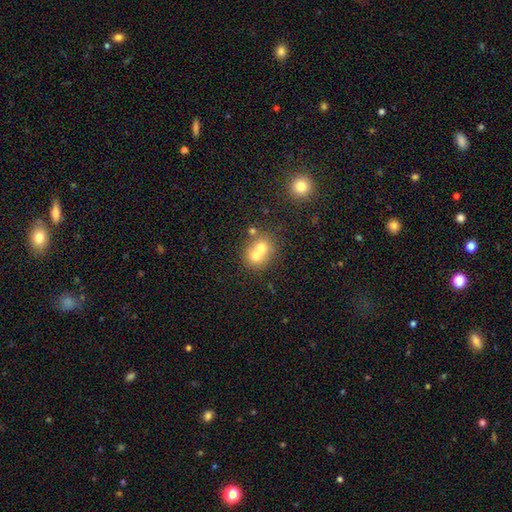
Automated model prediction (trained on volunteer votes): The model was most divided on "merging": merger: 67%, none: 26%, minor disturbance: 5%, major disturbance: 2%. More confident: how rounded — round (74%); smooth or featured — smooth (66%).